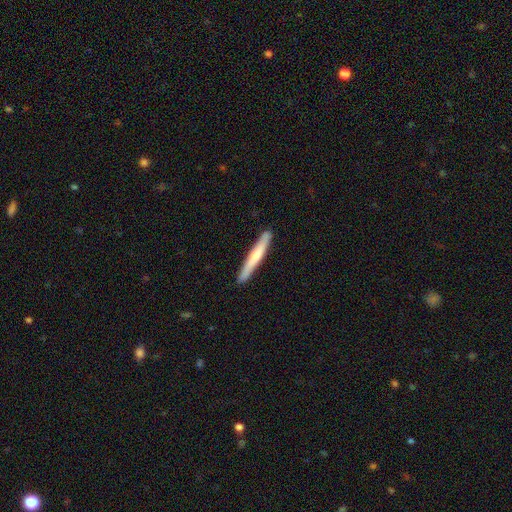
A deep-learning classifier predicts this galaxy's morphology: A smooth galaxy with no disk features (59%) that is cigar-shaped (96%).

Vote fractions:
- Smooth or featured? smooth: 59% / featured or disk: 36% / star or artifact: 5%
- How rounded? cigar-shaped: 96% / in between: 3% / round: 1%
- Merging? none: 90% / minor disturbance: 8% / major disturbance: 1% / merger: 1%